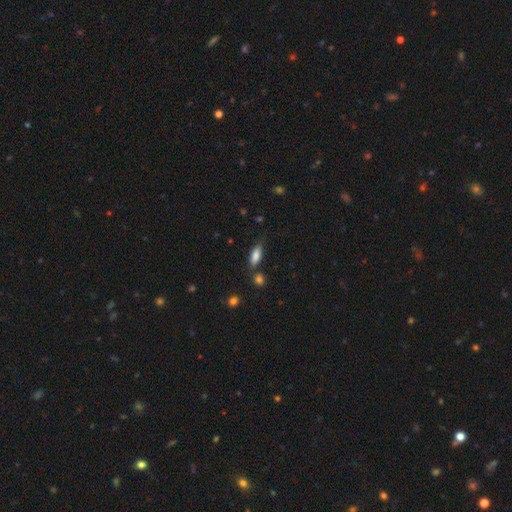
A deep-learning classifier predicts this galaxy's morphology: Smooth or featured?
  - smooth: 81% *
  - featured or disk: 11%
  - star or artifact: 8%
How rounded?
  - in between: 70% *
  - cigar-shaped: 27%
  - round: 2%
Merging?
  - none: 70% *
  - minor disturbance: 18%
  - merger: 8%
  - major disturbance: 4%